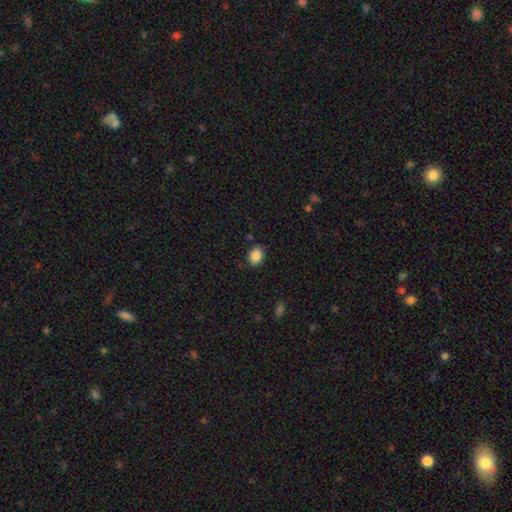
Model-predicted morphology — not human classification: Overall: smooth (87%). How rounded: in between (63%; round 36%). Merging: none (85%).